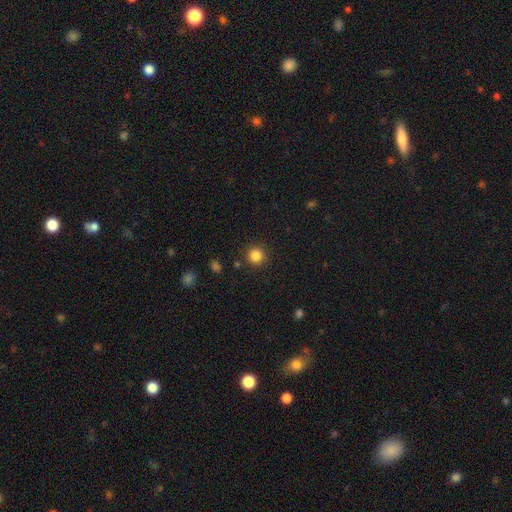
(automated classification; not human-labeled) Smooth or featured?
  - smooth: 85% *
  - star or artifact: 11%
  - featured or disk: 4%
How rounded?
  - round: 94% *
  - in between: 5%
  - cigar-shaped: 1%
Merging?
  - none: 89% *
  - minor disturbance: 6%
  - major disturbance: 2%
  - merger: 2%